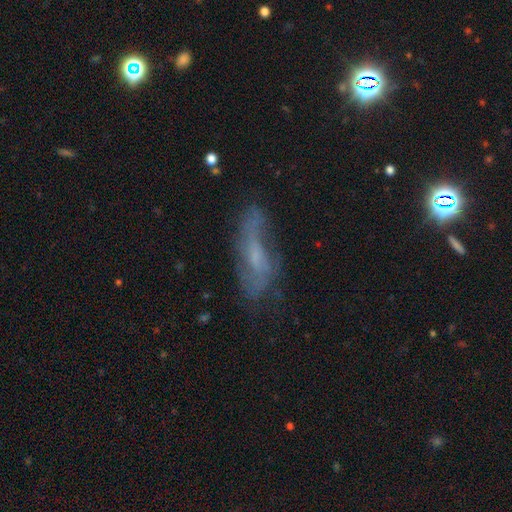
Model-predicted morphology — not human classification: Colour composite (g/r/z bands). It shows a featured or disk galaxy (56%). Merging: none (56%).